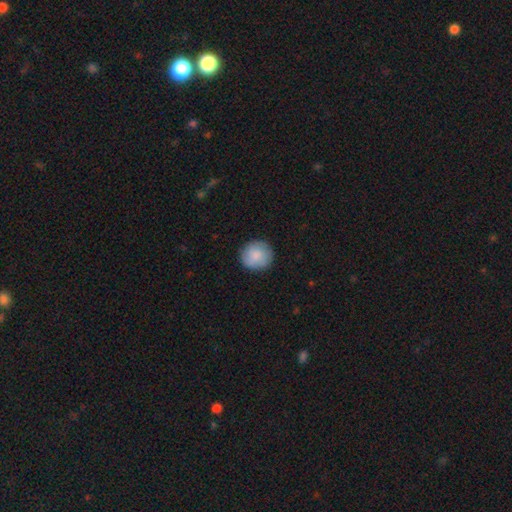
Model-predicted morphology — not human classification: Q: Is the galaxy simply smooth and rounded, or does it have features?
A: smooth — 86%.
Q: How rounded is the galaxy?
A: round — 90%.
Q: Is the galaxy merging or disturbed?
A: none — 86%.